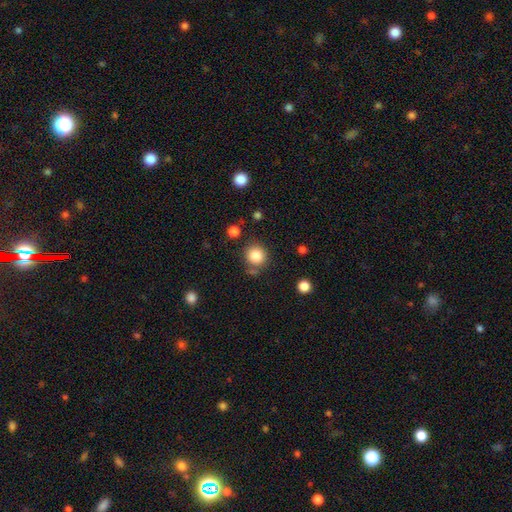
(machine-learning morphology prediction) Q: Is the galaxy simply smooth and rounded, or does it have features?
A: smooth — 85%.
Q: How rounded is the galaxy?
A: round — 91%.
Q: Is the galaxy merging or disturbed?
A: none — 78%.